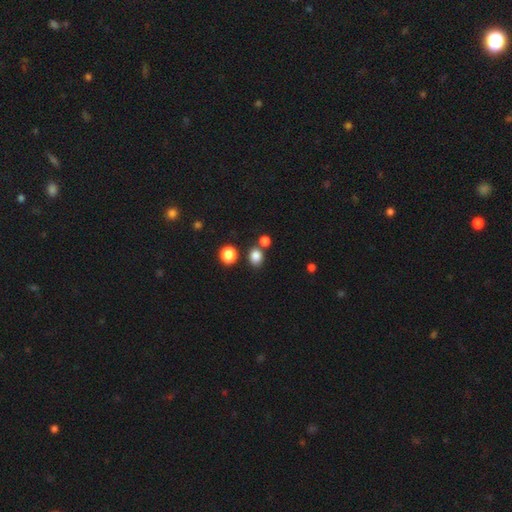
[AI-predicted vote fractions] Smooth or featured? Predicted: smooth (p=0.82). How rounded? Predicted: round (p=0.60). Merging? Predicted: none (p=0.71).